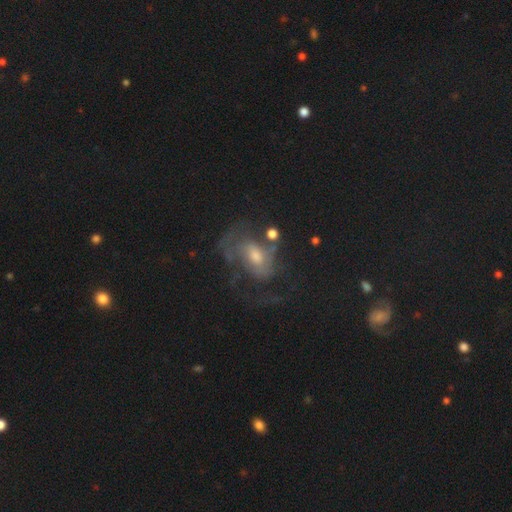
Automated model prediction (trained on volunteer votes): Morphology: type=featured or disk (71%); edge-on=no (96%); bar=no (53%); spiral arms=yes (79%); winding=medium (44%); arm count=2 (38%); bulge=moderate (53%); merging=none (43%).